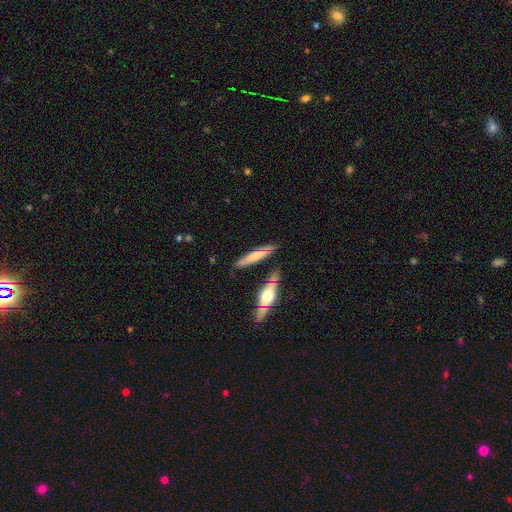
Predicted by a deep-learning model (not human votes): smooth 53%, featured or disk 40%, star or artifact 7%. Down the decision tree: how rounded — cigar-shaped (83%); merging — none (75%).